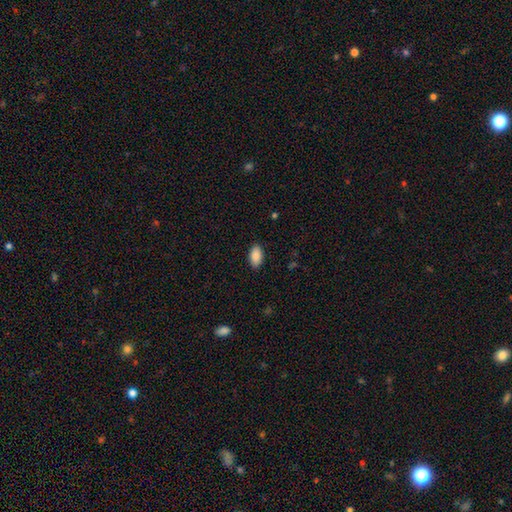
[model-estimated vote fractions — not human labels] Smooth or featured?
  - smooth: 89% *
  - star or artifact: 7%
  - featured or disk: 4%
How rounded?
  - in between: 94% *
  - round: 3%
  - cigar-shaped: 3%
Merging?
  - none: 88% *
  - minor disturbance: 9%
  - major disturbance: 2%
  - merger: 1%